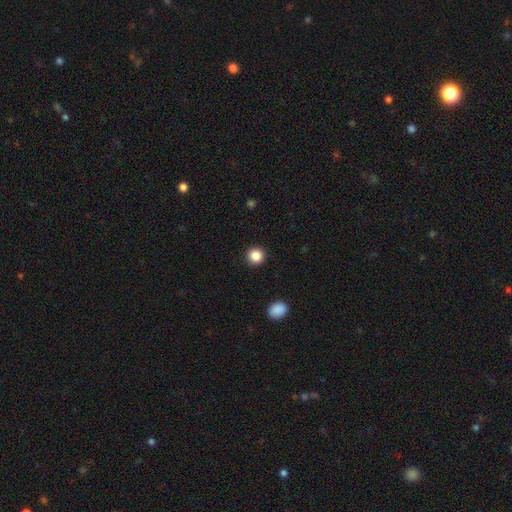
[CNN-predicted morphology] Smooth or featured? smooth (86%)
How rounded? round (93%)
Merging? none (92%)